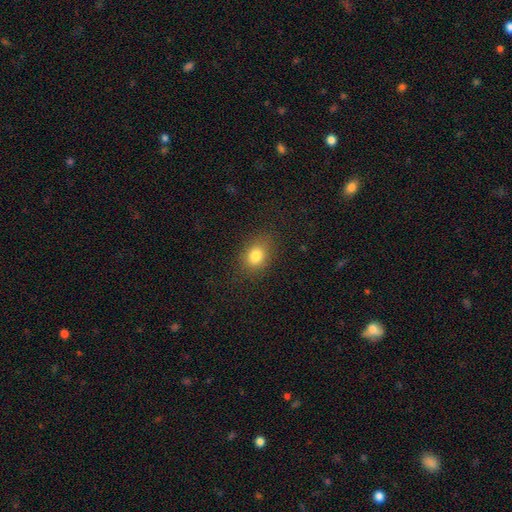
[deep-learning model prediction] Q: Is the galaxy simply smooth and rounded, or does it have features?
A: smooth — 81%.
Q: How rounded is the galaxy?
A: in between — 61%.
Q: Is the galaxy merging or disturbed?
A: none — 83%.